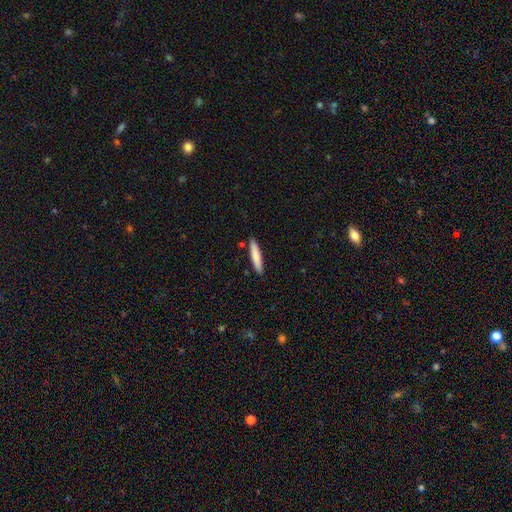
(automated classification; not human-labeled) This is clearly a smooth galaxy (80%). How rounded: clearly cigar-shaped (89%). Merging: clearly none (88%).